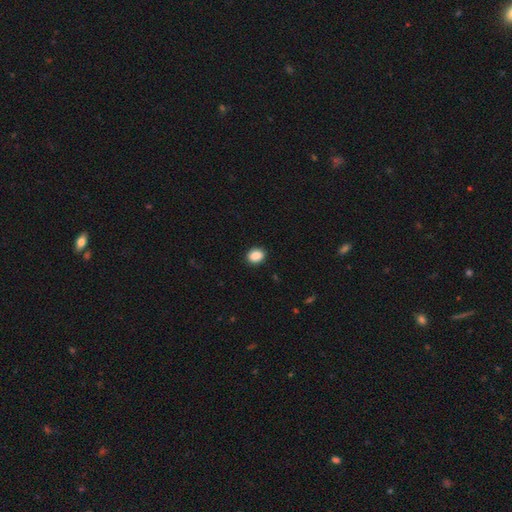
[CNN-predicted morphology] A smooth galaxy with no disk features (89%) that is in between round and cigar-shaped (51%). Merging: none (91%).